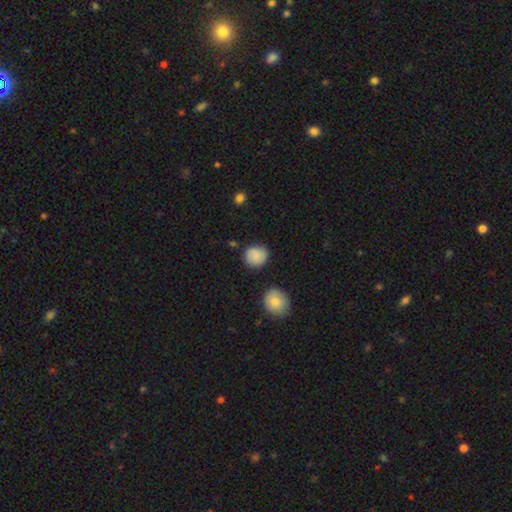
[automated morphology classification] This appears to be a smooth galaxy with no disk features (87%) that is round (82%). Merging: none (83%).